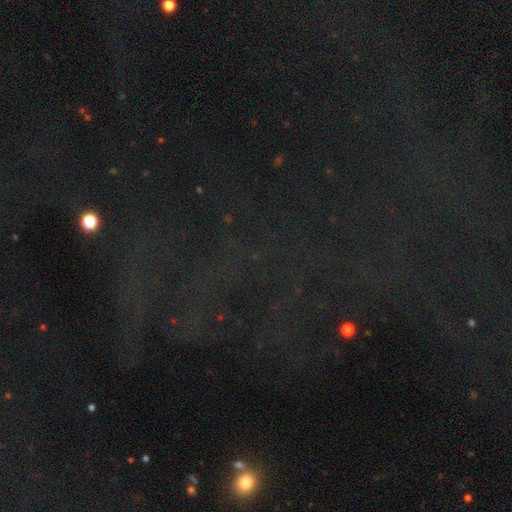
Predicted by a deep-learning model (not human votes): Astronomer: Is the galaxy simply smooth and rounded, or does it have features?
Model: star or artifact — 76%.